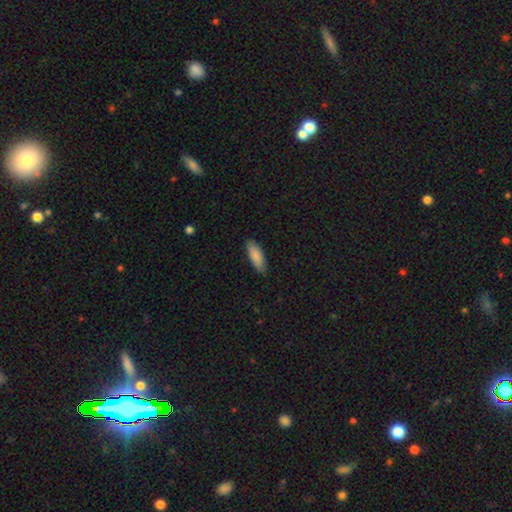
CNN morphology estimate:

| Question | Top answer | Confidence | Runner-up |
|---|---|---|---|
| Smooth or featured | smooth | 88% | featured or disk (7%) |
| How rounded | in between | 65% | cigar-shaped (33%) |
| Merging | none | 86% | minor disturbance (11%) |